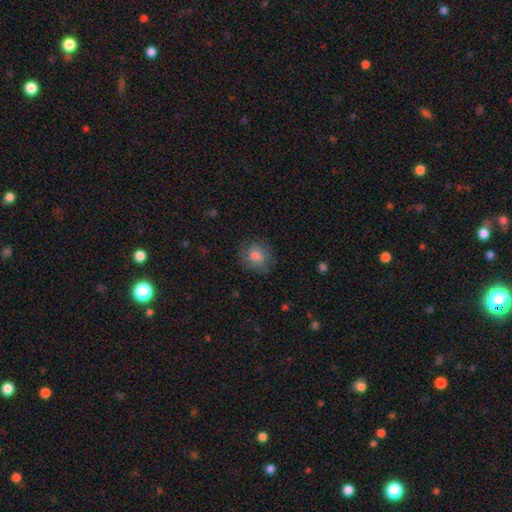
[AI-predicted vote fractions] smooth_or_featured: smooth (p=0.76) [alt: featured or disk p=0.15]
how_rounded: round (p=0.76) [alt: in between p=0.23]
merging: none (p=0.78) [alt: minor disturbance p=0.16]